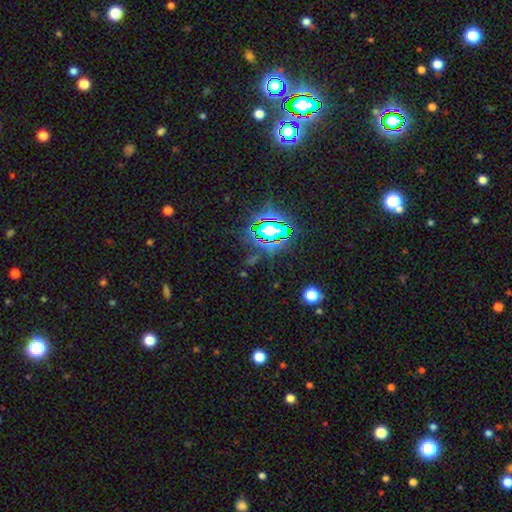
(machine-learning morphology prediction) smooth-or-featured: star or artifact: 80% | smooth: 12% | featured or disk: 8%